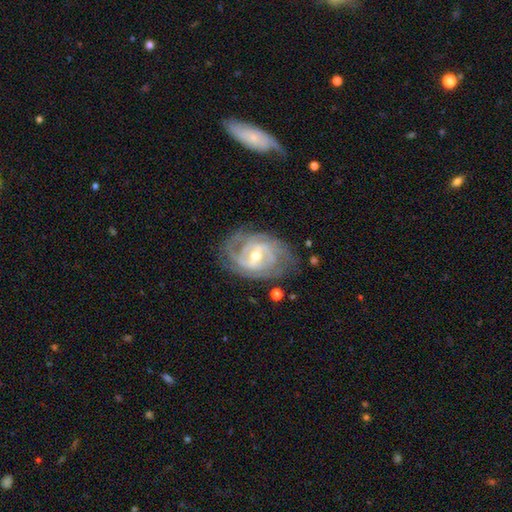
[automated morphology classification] smooth_or_featured: featured or disk (p=0.89) [alt: smooth p=0.06]
disk_edge_on: no (p=0.96) [alt: yes p=0.04]
bar: weak (p=0.51) [alt: strong p=0.30]
has_spiral_arms: yes (p=0.95) [alt: no p=0.05]
spiral_winding: tight (p=0.58) [alt: medium p=0.34]
spiral_arm_count: 2 (p=0.35) [alt: 3 p=0.25]
bulge_size: moderate (p=0.57) [alt: small p=0.40]
merging: none (p=0.73) [alt: minor disturbance p=0.18]